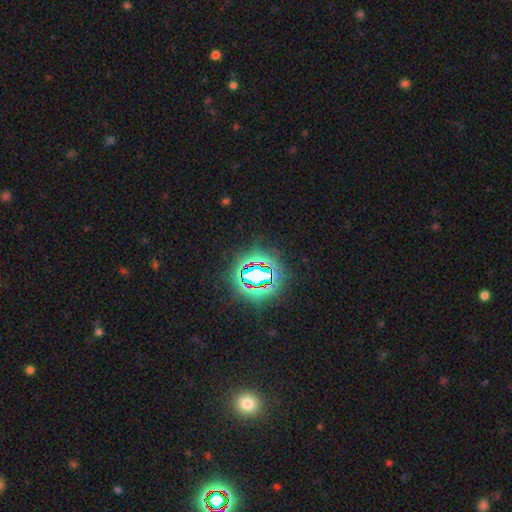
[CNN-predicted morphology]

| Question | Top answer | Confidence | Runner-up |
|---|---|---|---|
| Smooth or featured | star or artifact | 77% | smooth (14%) |